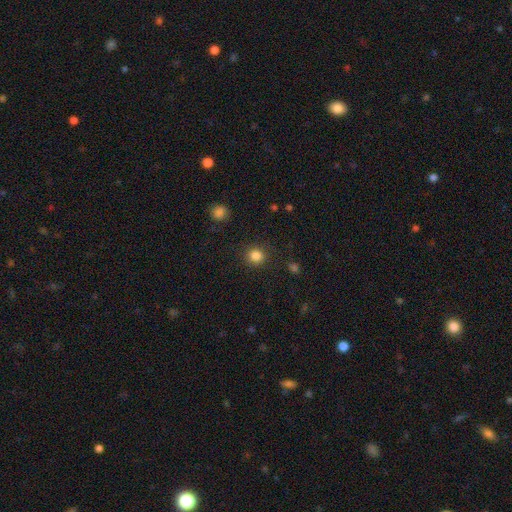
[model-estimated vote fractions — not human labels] Smooth or featured: smooth — 84% (star or artifact — 12%)
How rounded: round — 91% (in between — 8%)
Merging: none — 90% (minor disturbance — 7%)